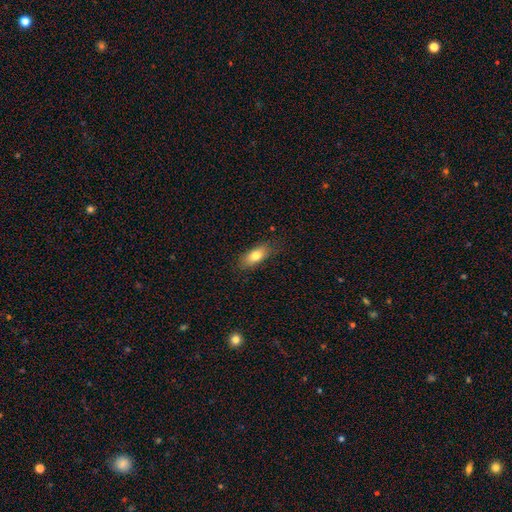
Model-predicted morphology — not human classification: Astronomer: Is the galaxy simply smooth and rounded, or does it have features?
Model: smooth — 77%.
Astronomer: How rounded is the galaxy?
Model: in between — 81%.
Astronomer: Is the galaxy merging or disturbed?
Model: none — 79%.